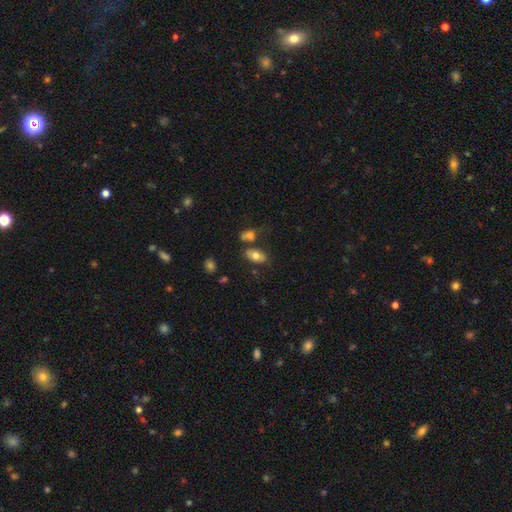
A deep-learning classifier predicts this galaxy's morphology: smooth 72%, featured or disk 20%, star or artifact 8%. Down the decision tree: how rounded — in between (91%); merging — none (67%).